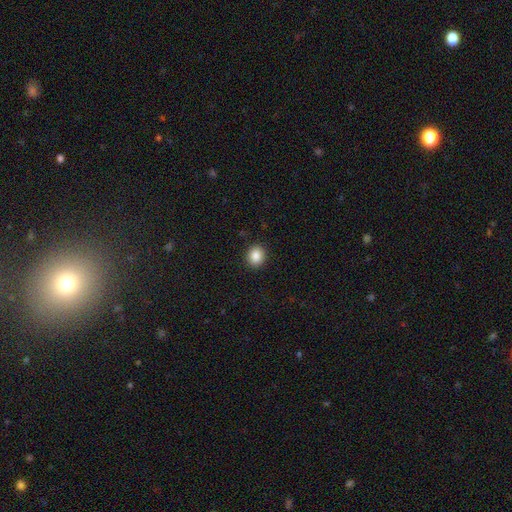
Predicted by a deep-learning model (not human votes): Q: Smooth or featured?
A: smooth (88%); runner-up: star or artifact (9%)
Q: How rounded?
A: round (66%); runner-up: in between (33%)
Q: Merging?
A: none (91%); runner-up: minor disturbance (6%)